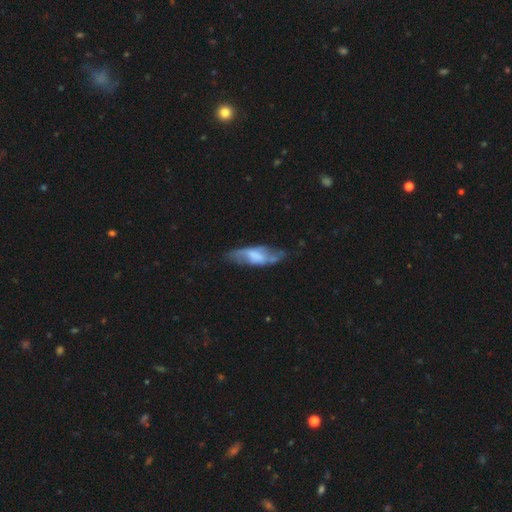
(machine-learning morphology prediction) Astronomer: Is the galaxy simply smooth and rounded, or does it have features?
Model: featured or disk — 53% (runner-up: smooth, 40%).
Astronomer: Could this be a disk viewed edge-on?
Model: no — 74%.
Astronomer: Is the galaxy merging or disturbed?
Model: none — 52% (runner-up: minor disturbance, 29%).